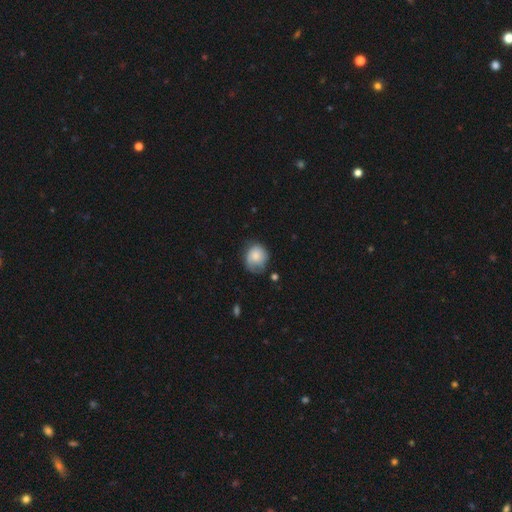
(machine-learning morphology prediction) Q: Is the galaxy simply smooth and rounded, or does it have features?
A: smooth — 75%.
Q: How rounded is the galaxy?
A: round — 70%.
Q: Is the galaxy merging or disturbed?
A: none — 50%.